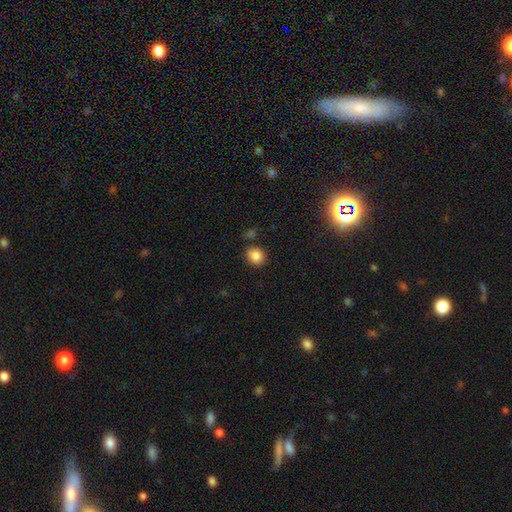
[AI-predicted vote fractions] This is clearly a smooth galaxy (85%). How rounded: likely round (74%). Merging: likely none (77%).